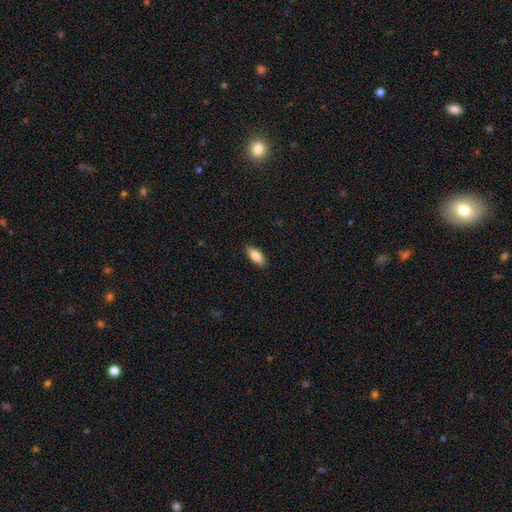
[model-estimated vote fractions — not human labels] A smooth galaxy with no disk features (85%) that is in between round and cigar-shaped (80%).

Vote fractions:
- Smooth or featured? smooth: 85% / featured or disk: 9% / star or artifact: 6%
- How rounded? in between: 80% / cigar-shaped: 18% / round: 2%
- Merging? none: 89% / minor disturbance: 8% / major disturbance: 2% / merger: 1%